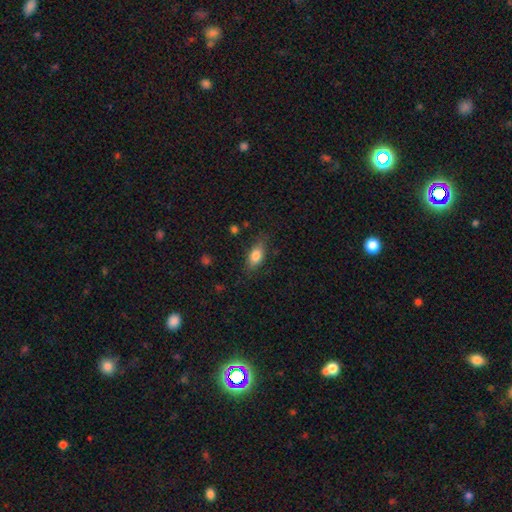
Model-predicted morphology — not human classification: smooth 80%, featured or disk 13%, star or artifact 8%. Down the decision tree: how rounded — in between (84%); merging — none (76%).